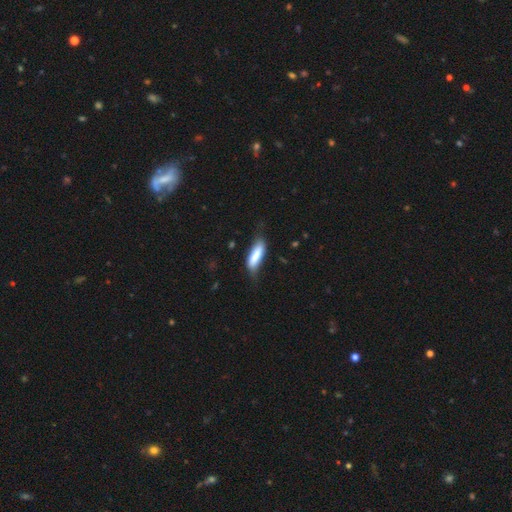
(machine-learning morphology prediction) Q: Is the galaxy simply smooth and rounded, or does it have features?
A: smooth — 78%.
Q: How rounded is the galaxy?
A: cigar-shaped — 49%, tied with in between.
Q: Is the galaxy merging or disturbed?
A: none — 51%.